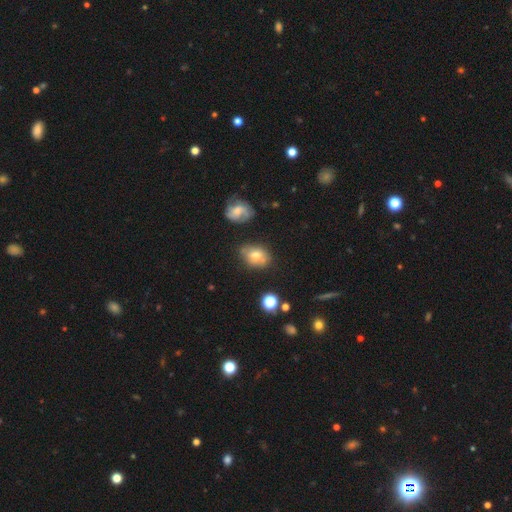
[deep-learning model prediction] The model was most divided on "merging": none: 61%, minor disturbance: 26%, major disturbance: 8%, merger: 5%. More confident: how rounded — in between (69%); smooth or featured — smooth (66%).